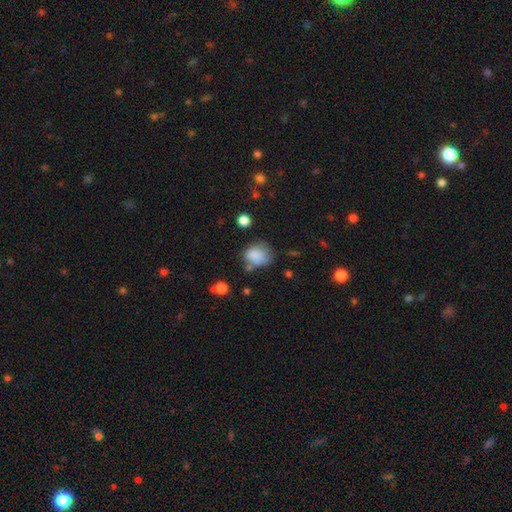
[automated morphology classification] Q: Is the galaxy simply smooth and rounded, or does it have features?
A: smooth — 78%.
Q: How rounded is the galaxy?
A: round — 55%.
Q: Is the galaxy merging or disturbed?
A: none — 46%.